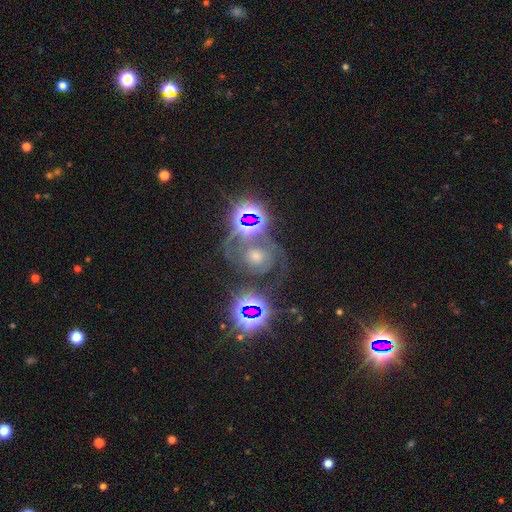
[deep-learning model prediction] Morphology: type=featured or disk (56%); edge-on=no (97%); bar=no (64%); spiral arms=yes (90%); bulge=moderate (51%); merging=none (53%).